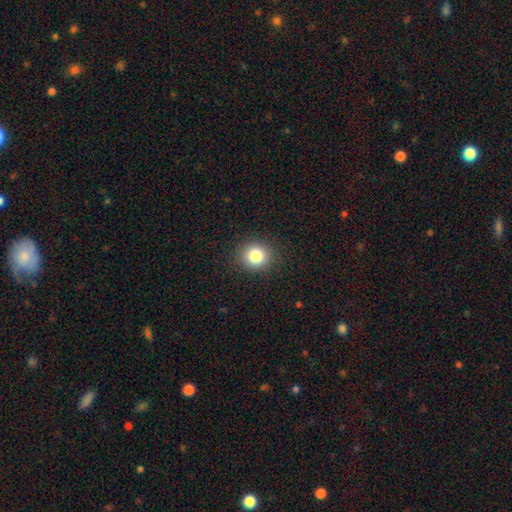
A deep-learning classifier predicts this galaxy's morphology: Smooth or featured? smooth (83%)
How rounded? round (85%)
Merging? none (90%)